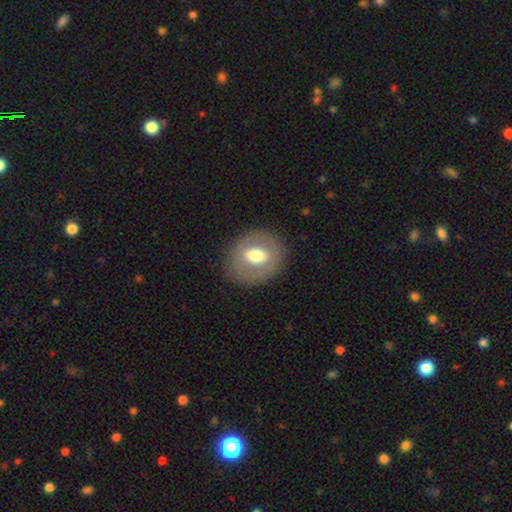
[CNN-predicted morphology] This is possibly a smooth galaxy (57%). How rounded: likely round (63%). Merging: clearly none (84%).